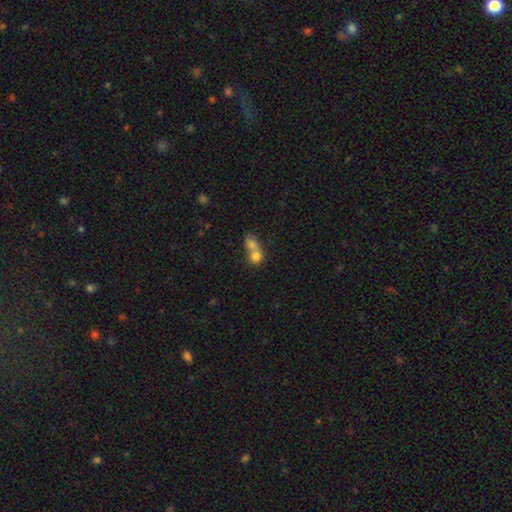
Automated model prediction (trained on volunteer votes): Morphology: type=smooth (75%); roundness=round (67%); merging=merger (74%).